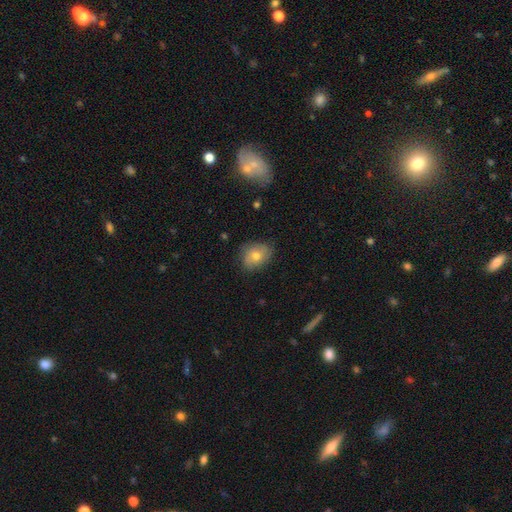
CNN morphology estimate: Q: Smooth or featured?
A: smooth (61%); runner-up: featured or disk (29%)
Q: How rounded?
A: round (51%); runner-up: in between (48%)
Q: Merging?
A: none (74%); runner-up: minor disturbance (20%)